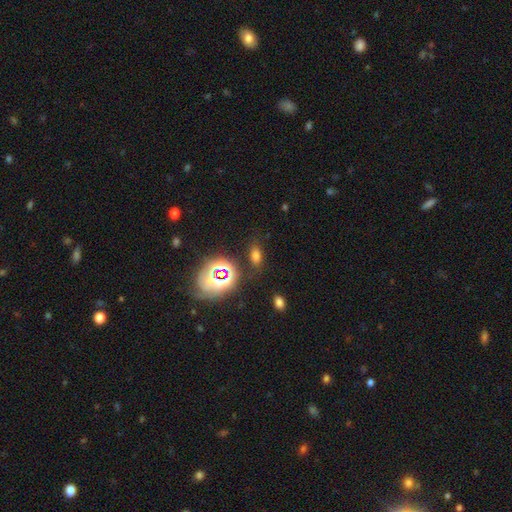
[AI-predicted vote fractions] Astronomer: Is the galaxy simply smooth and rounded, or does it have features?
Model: smooth — 63%.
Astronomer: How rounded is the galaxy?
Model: in between — 82%.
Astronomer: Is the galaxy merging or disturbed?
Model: none — 77%.